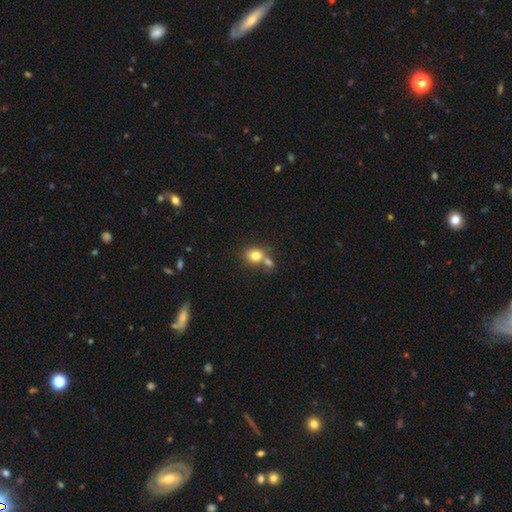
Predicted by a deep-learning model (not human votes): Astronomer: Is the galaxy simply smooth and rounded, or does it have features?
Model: smooth — 78%.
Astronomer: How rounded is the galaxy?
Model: round — 63%.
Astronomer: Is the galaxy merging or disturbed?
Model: merger — 43% (runner-up: none, 41%).